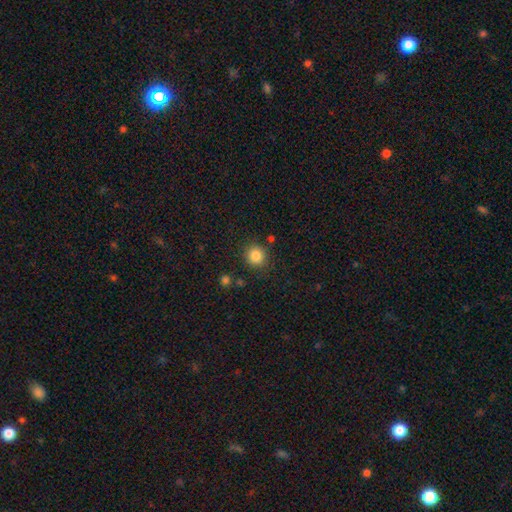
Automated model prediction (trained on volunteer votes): This appears to be a smooth galaxy with no disk features (84%) that is round (89%). Merging: none (86%).